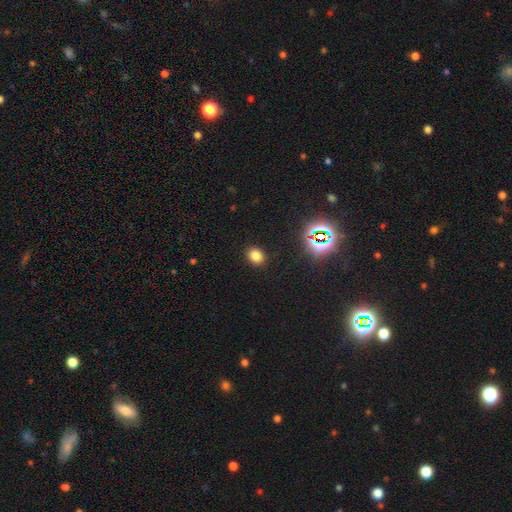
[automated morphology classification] A smooth galaxy with no disk features (77%) that is in between round and cigar-shaped (50%).

Vote fractions:
- Smooth or featured? smooth: 77% / star or artifact: 17% / featured or disk: 5%
- How rounded? in between: 50% / round: 49% / cigar-shaped: 1%
- Merging? none: 90% / minor disturbance: 7% / major disturbance: 2% / merger: 1%